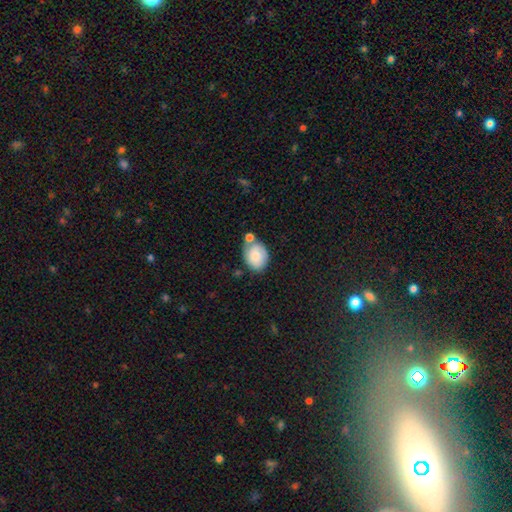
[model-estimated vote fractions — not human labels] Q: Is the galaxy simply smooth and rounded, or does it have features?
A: smooth — 80%.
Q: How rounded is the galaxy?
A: in between — 65%.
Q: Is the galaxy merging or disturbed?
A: none — 49%.